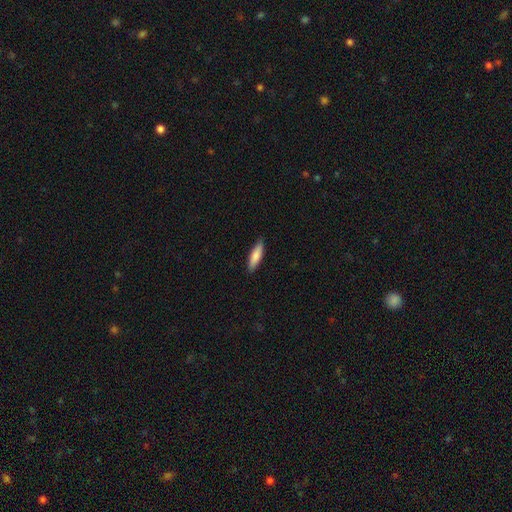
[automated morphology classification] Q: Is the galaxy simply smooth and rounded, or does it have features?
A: smooth — 81%.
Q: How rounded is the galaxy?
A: cigar-shaped — 62%.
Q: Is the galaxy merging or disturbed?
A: none — 88%.